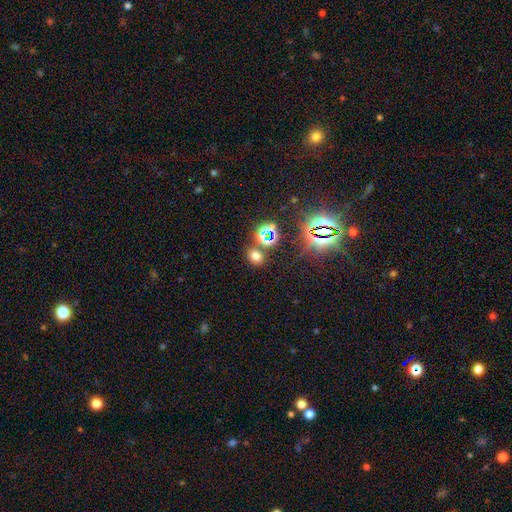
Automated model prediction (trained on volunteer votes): Smooth or featured? smooth (62%)
How rounded? round (55%)
Merging? none (77%)